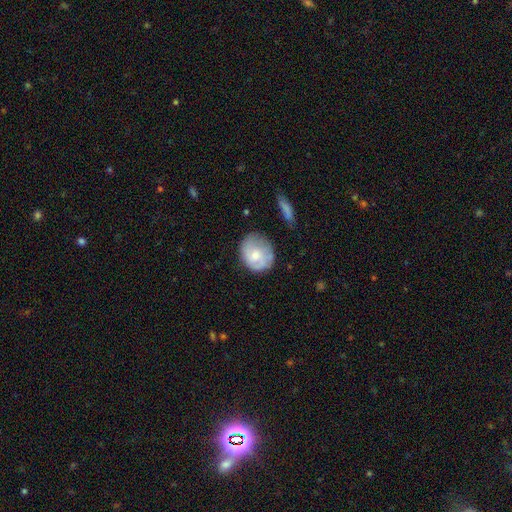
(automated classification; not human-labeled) A smooth galaxy with no disk features (58%) that is round (68%).

Vote fractions:
- Smooth or featured? smooth: 58% / featured or disk: 35% / star or artifact: 7%
- How rounded? round: 68% / in between: 31% / cigar-shaped: 1%
- Merging? none: 61% / minor disturbance: 27% / major disturbance: 9% / merger: 3%